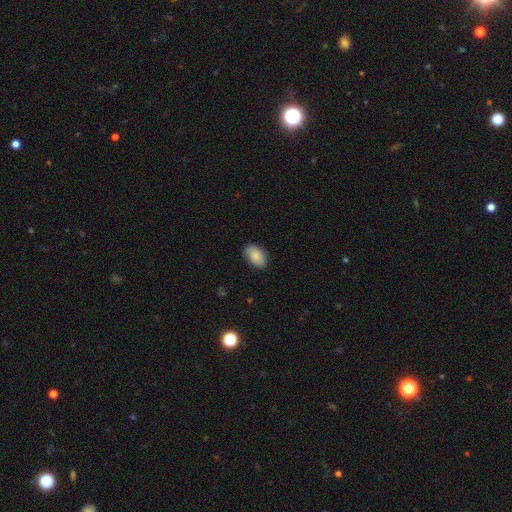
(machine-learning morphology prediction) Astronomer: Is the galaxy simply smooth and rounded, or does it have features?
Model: smooth — 87%.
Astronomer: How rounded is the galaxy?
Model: in between — 91%.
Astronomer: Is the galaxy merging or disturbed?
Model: none — 81%.